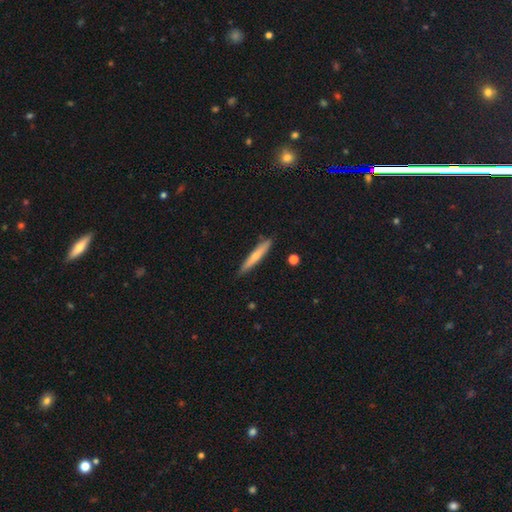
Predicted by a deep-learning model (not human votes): Smooth or featured: smooth — 63% (featured or disk — 31%)
How rounded: cigar-shaped — 93% (in between — 5%)
Merging: none — 85% (minor disturbance — 11%)